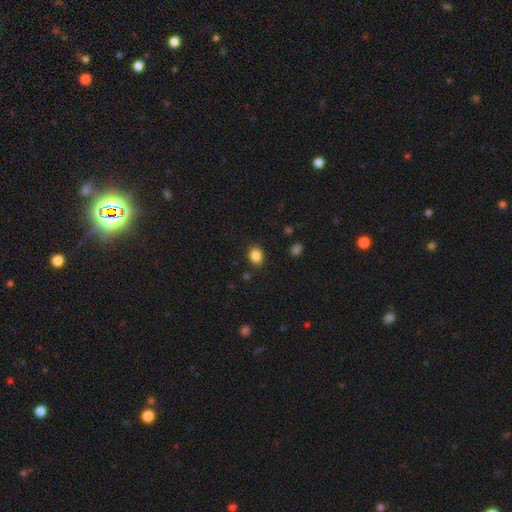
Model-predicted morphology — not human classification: Smooth or featured? smooth (85%)
How rounded? round (61%)
Merging? none (88%)